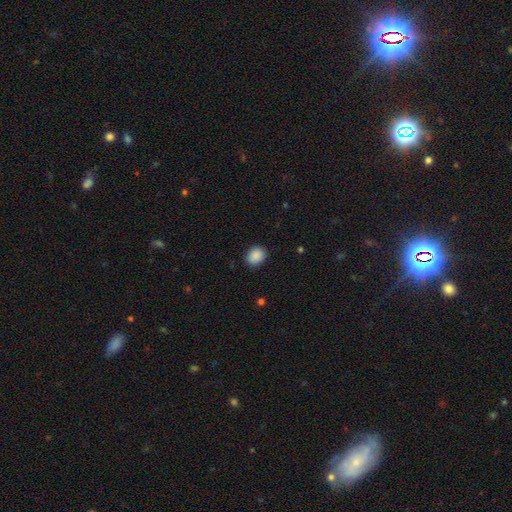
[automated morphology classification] A smooth galaxy with no disk features (89%) that is in between round and cigar-shaped (50%).

Vote fractions:
- Smooth or featured? smooth: 89% / star or artifact: 8% / featured or disk: 3%
- How rounded? in between: 50% / round: 49% / cigar-shaped: 1%
- Merging? none: 88% / minor disturbance: 8% / major disturbance: 2% / merger: 1%